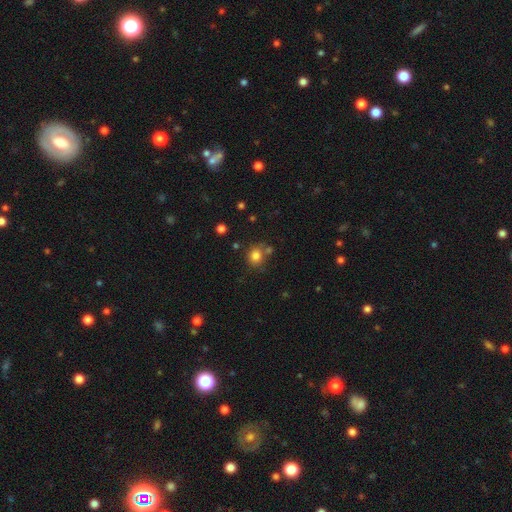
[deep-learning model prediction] Smooth or featured?
  - smooth: 81% *
  - star or artifact: 12%
  - featured or disk: 7%
How rounded?
  - round: 82% *
  - in between: 17%
  - cigar-shaped: 1%
Merging?
  - none: 70% *
  - merger: 13%
  - minor disturbance: 13%
  - major disturbance: 4%